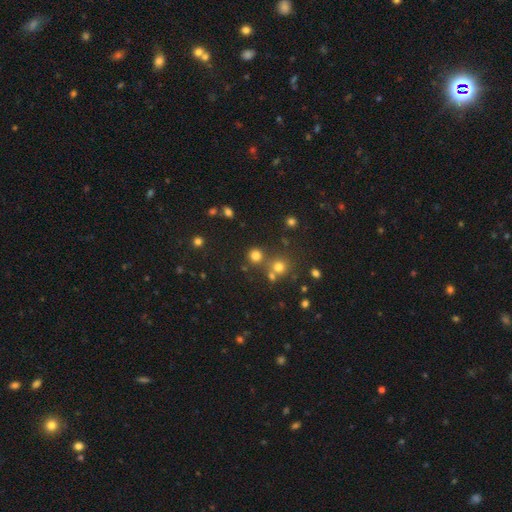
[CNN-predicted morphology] Smooth or featured: smooth — 75% (star or artifact — 19%)
How rounded: round — 92% (in between — 7%)
Merging: none — 73% (merger — 16%)